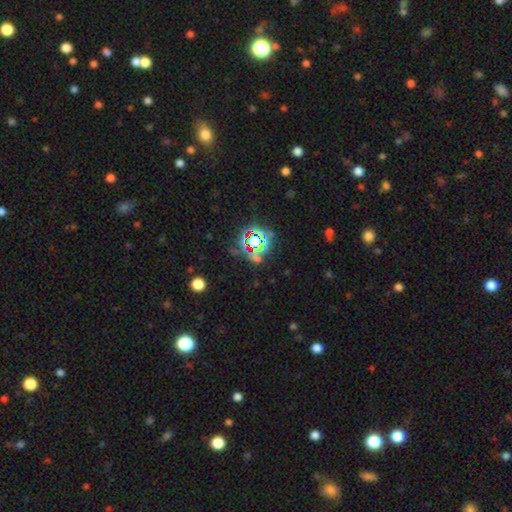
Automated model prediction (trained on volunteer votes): This is likely a star or artifact rather than a galaxy (76%).